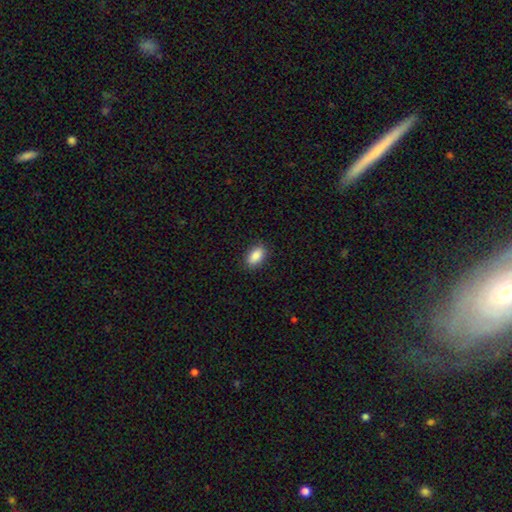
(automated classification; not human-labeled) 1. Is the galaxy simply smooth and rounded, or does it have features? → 89% smooth, 7% star or artifact, 4% featured or disk.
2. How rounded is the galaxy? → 90% in between, 6% round, 3% cigar-shaped.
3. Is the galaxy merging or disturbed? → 87% none, 9% minor disturbance, 2% major disturbance, 1% merger.